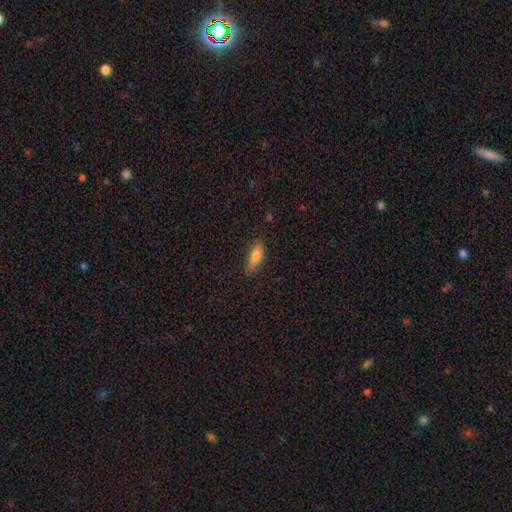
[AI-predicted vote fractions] A smooth galaxy with no disk features (79%) that is in between round and cigar-shaped (65%).

Vote fractions:
- Smooth or featured? smooth: 79% / featured or disk: 13% / star or artifact: 8%
- How rounded? in between: 65% / cigar-shaped: 32% / round: 2%
- Merging? none: 82% / minor disturbance: 14% / major disturbance: 3% / merger: 1%